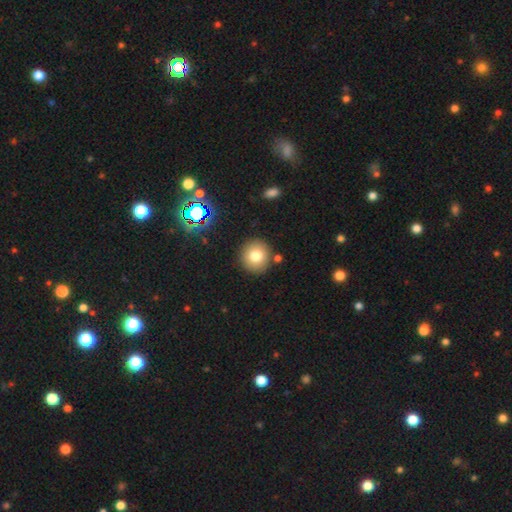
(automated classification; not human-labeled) smooth_or_featured: smooth (p=0.76) [alt: star or artifact p=0.12]
how_rounded: round (p=0.91) [alt: in between p=0.08]
merging: none (p=0.86) [alt: minor disturbance p=0.08]